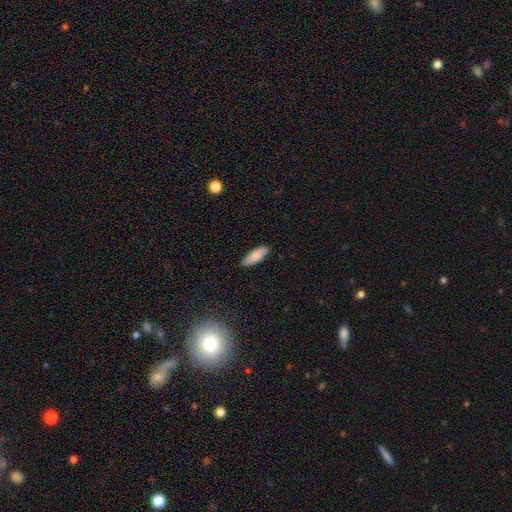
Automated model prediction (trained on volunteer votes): The model was most divided on "how rounded": in between: 63%, cigar-shaped: 36%, round: 2%. More confident: smooth or featured — smooth (85%); merging — none (85%).